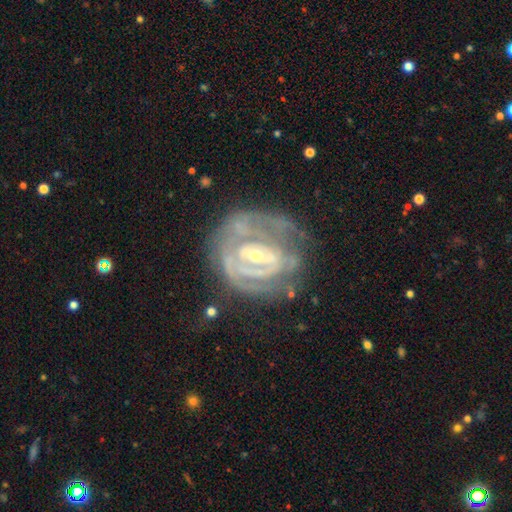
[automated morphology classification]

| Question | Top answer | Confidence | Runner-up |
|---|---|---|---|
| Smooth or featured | featured or disk | 82% | smooth (10%) |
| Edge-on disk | no | 96% | yes (4%) |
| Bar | weak | 40% | strong (38%) |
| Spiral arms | yes | 78% | no (22%) |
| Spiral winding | tight | 68% | medium (24%) |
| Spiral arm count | can't tell | 45% | 2 (25%) |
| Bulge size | small | 63% | moderate (32%) |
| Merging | none | 53% | minor disturbance (22%) |